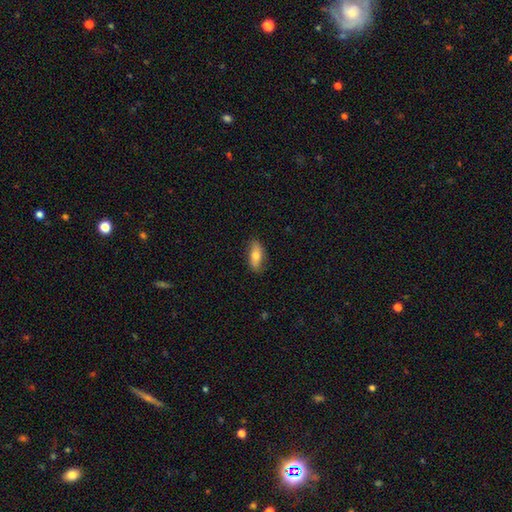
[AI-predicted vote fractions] smooth_or_featured: smooth (p=0.68) [alt: featured or disk p=0.25]
how_rounded: in between (p=0.73) [alt: cigar-shaped p=0.24]
merging: none (p=0.83) [alt: minor disturbance p=0.14]